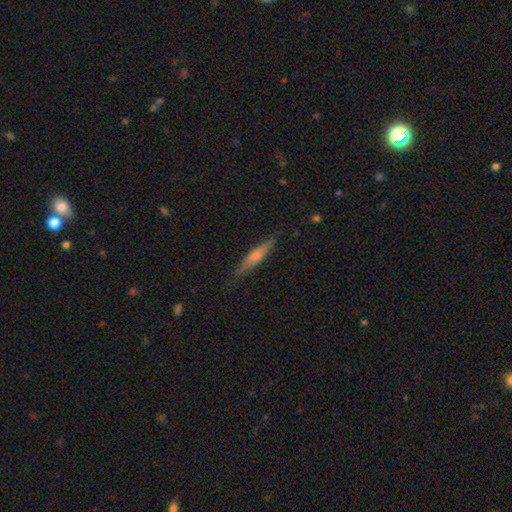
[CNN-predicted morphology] Q: Smooth or featured?
A: smooth (54%); runner-up: featured or disk (40%)
Q: How rounded?
A: cigar-shaped (88%); runner-up: in between (10%)
Q: Merging?
A: none (83%); runner-up: minor disturbance (13%)